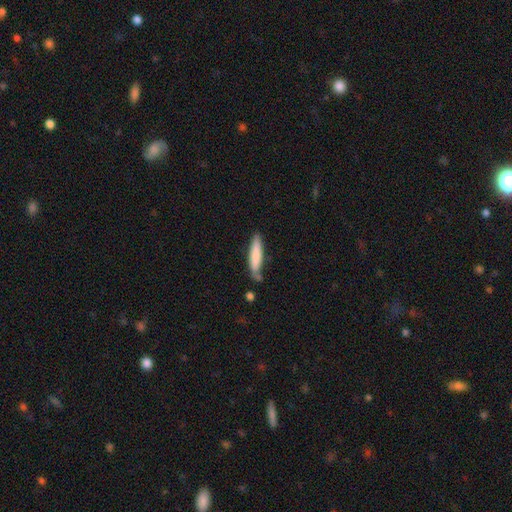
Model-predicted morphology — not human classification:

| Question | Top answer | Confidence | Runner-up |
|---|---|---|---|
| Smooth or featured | smooth | 78% | featured or disk (16%) |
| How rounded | cigar-shaped | 82% | in between (16%) |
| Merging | none | 62% | minor disturbance (23%) |